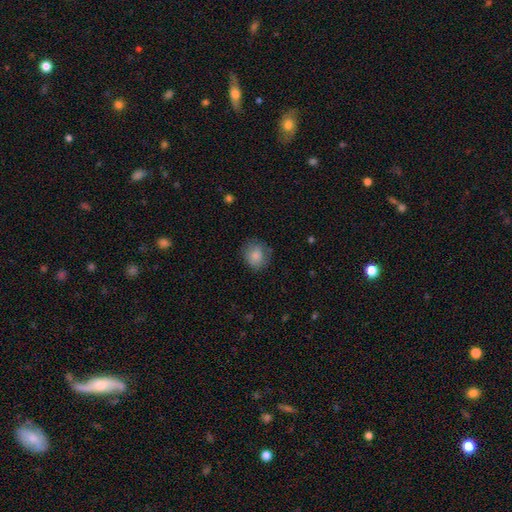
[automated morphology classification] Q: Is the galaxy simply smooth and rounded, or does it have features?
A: smooth — 84%.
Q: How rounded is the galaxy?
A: round — 76%.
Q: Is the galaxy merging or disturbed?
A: none — 76%.